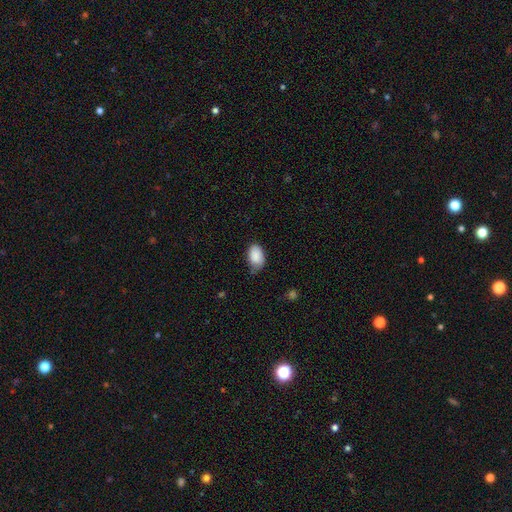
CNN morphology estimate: type=smooth (88%); roundness=in between (90%); merging=none (59%).